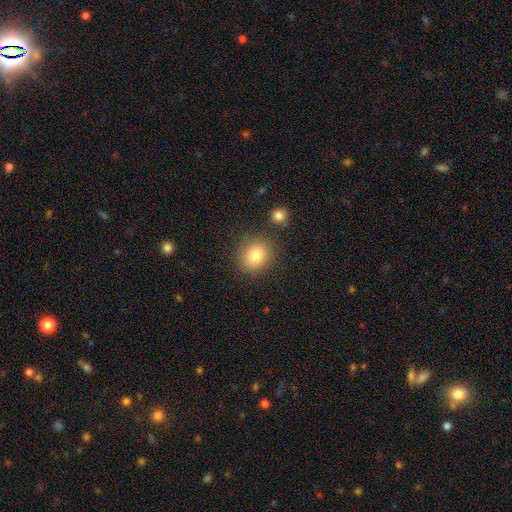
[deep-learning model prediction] Morphology: type=smooth (81%); roundness=round (70%); merging=none (82%).